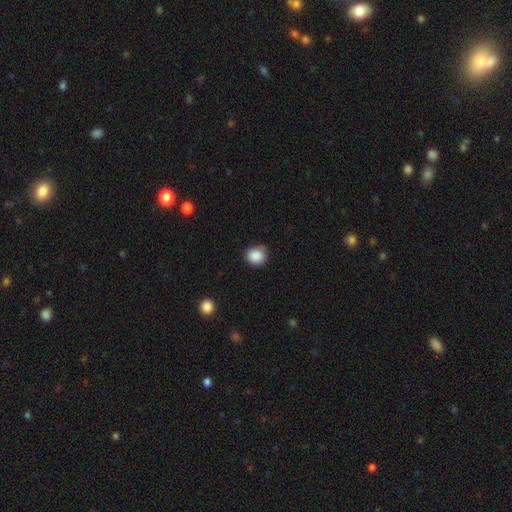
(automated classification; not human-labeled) Q: Smooth or featured?
A: smooth (88%); runner-up: star or artifact (9%)
Q: How rounded?
A: round (87%); runner-up: in between (12%)
Q: Merging?
A: none (79%); runner-up: minor disturbance (16%)